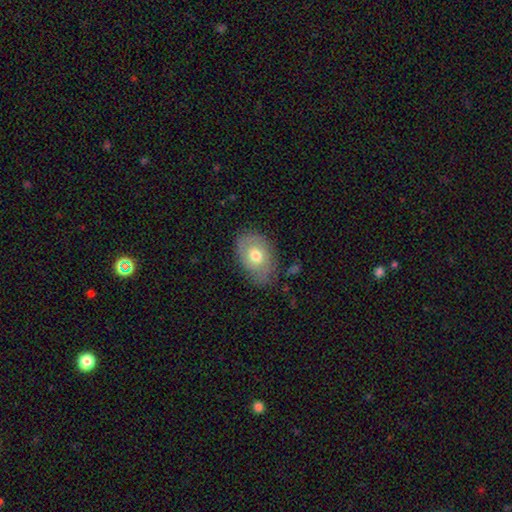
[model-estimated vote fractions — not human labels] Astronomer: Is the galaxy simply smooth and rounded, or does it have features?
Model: smooth — 59% (runner-up: featured or disk, 34%).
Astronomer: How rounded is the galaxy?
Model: in between — 79%.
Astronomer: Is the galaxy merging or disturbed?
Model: none — 64%.